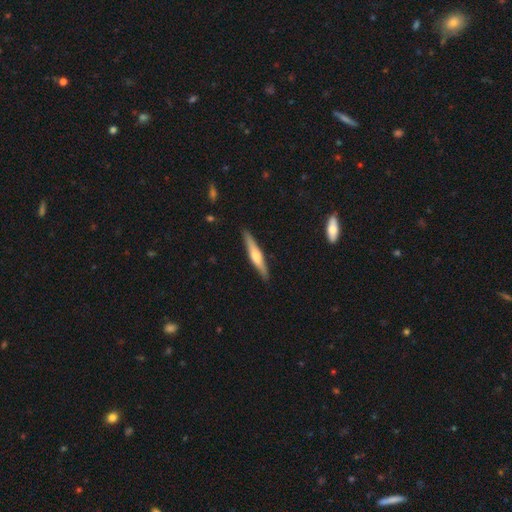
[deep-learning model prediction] Smooth or featured? featured or disk (58%)
Edge-on disk? yes (96%)
Edge-on bulge? rounded (84%)
Merging? none (90%)